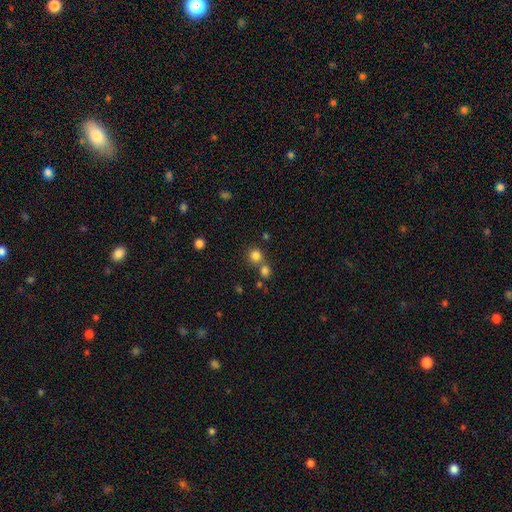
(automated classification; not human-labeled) The model was most divided on "merging": none: 65%, merger: 27%, minor disturbance: 6%, major disturbance: 2%. More confident: how rounded — round (92%); smooth or featured — smooth (80%).